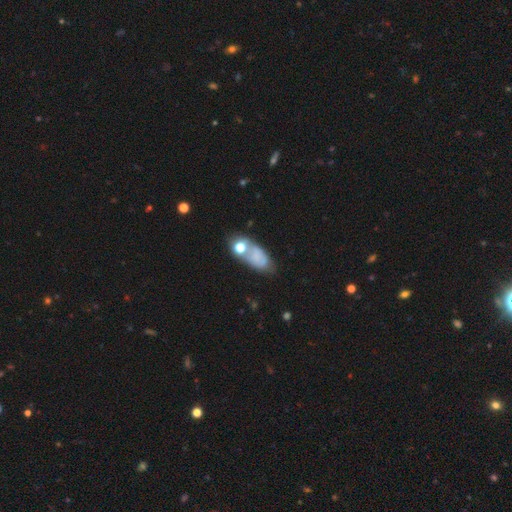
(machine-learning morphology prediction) smooth 59%, featured or disk 28%, star or artifact 13%. Down the decision tree: how rounded — in between (82%); merging — none (42%).